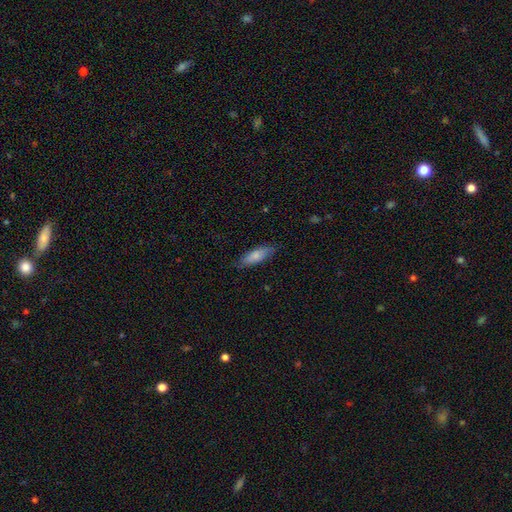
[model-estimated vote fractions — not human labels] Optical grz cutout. It shows a smooth galaxy with no disk features (76%) that is in between round and cigar-shaped (59%). Merging: none (79%).